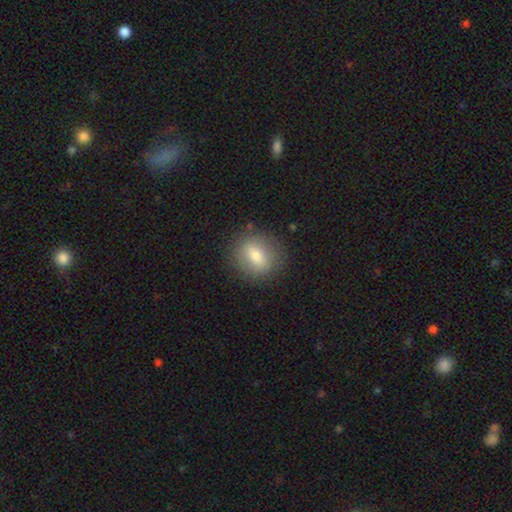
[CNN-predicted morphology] smooth 68%, featured or disk 22%, star or artifact 9%. Down the decision tree: how rounded — round (67%); merging — none (85%).